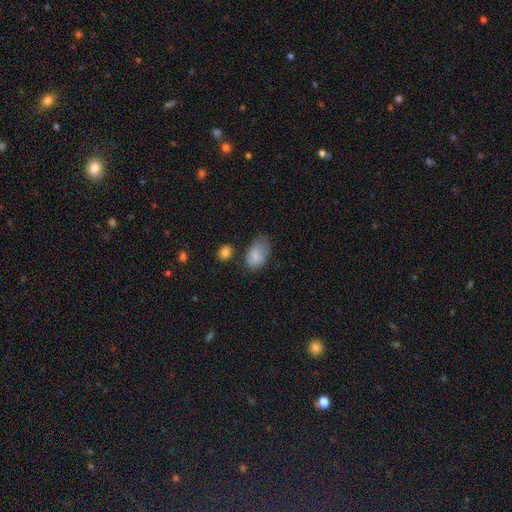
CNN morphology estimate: smooth-or-featured: smooth: 77% | featured or disk: 15% | star or artifact: 8%
  how-rounded: in between: 89% | round: 9% | cigar-shaped: 1%
  merging: none: 52% | minor disturbance: 32% | major disturbance: 11% | merger: 5%